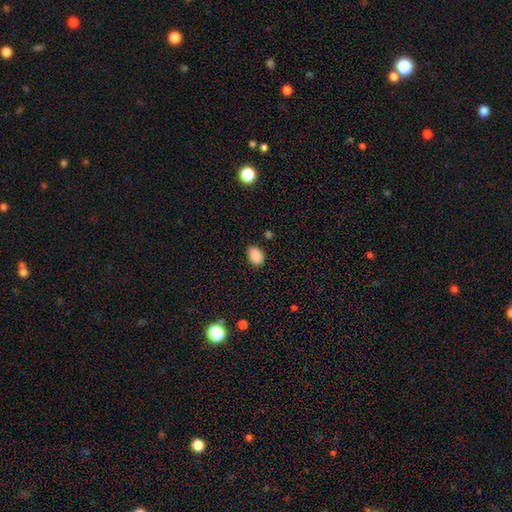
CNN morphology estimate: Smooth or featured? Predicted: smooth (p=0.88). How rounded? Predicted: in between (p=0.83). Merging? Predicted: none (p=0.84).